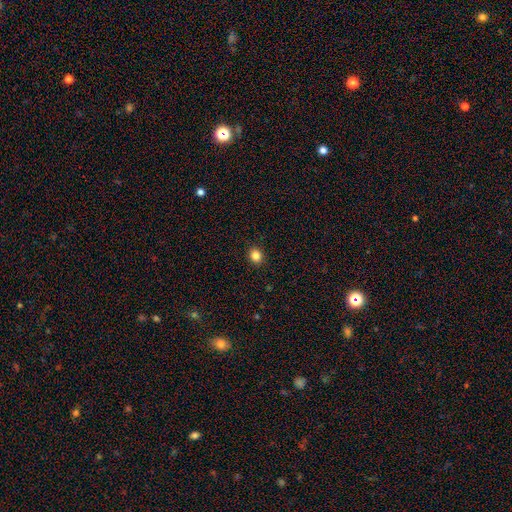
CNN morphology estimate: type=smooth (84%); roundness=round (74%); merging=none (92%).